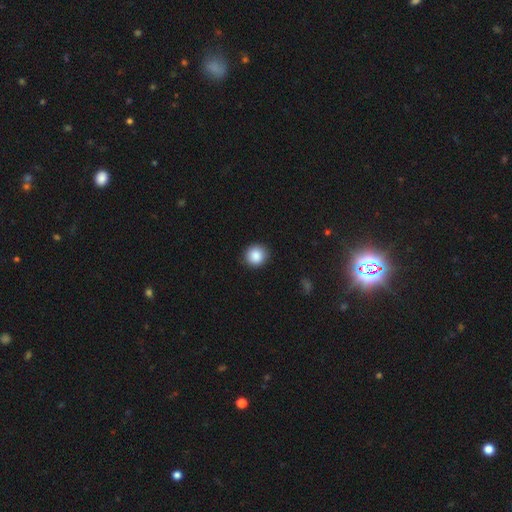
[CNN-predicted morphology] smooth_or_featured: smooth (p=0.88) [alt: star or artifact p=0.09]
how_rounded: round (p=0.90) [alt: in between p=0.09]
merging: none (p=0.90) [alt: minor disturbance p=0.07]